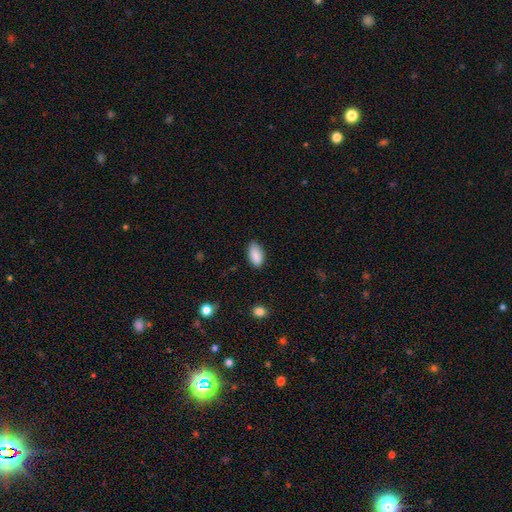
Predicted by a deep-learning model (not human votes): Q: Smooth or featured?
A: smooth (88%); runner-up: star or artifact (7%)
Q: How rounded?
A: in between (93%); runner-up: cigar-shaped (4%)
Q: Merging?
A: none (76%); runner-up: minor disturbance (20%)